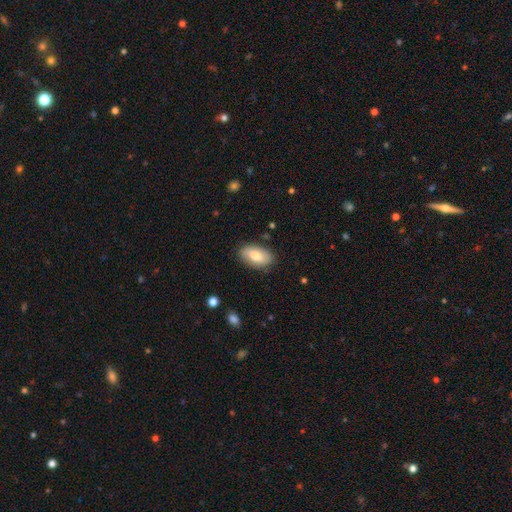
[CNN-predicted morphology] type=smooth (77%); roundness=in between (94%); merging=none (85%).